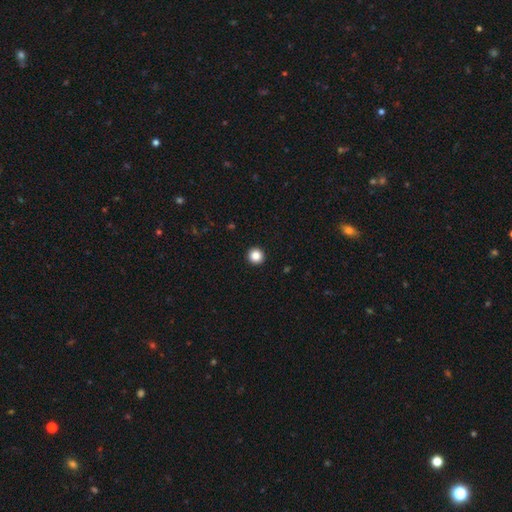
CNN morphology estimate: The model was most divided on "smooth or featured": smooth: 87%, star or artifact: 10%, featured or disk: 3%. More confident: how rounded — round (96%); merging — none (94%).